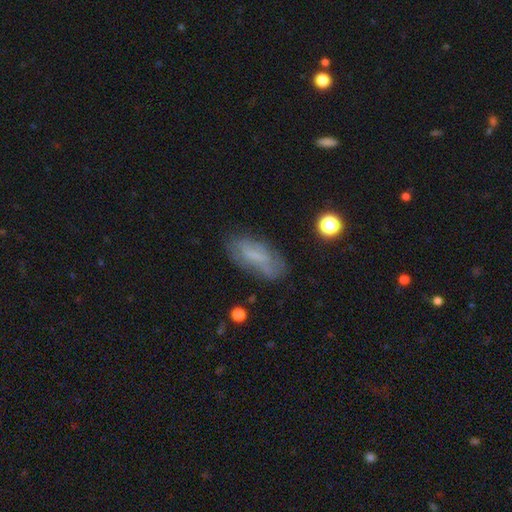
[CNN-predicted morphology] Smooth or featured?
  - smooth: 52% *
  - featured or disk: 38%
  - star or artifact: 10%
How rounded?
  - in between: 76% *
  - cigar-shaped: 21%
  - round: 3%
Merging?
  - none: 68% *
  - minor disturbance: 21%
  - major disturbance: 8%
  - merger: 3%